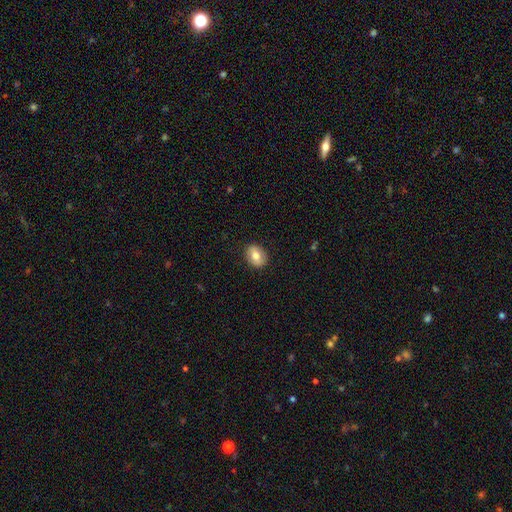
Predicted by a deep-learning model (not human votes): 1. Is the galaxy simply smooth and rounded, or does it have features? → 74% smooth, 18% featured or disk, 8% star or artifact.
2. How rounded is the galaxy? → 62% in between, 37% round, 1% cigar-shaped.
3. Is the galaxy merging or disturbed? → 88% none, 9% minor disturbance, 2% major disturbance, 1% merger.